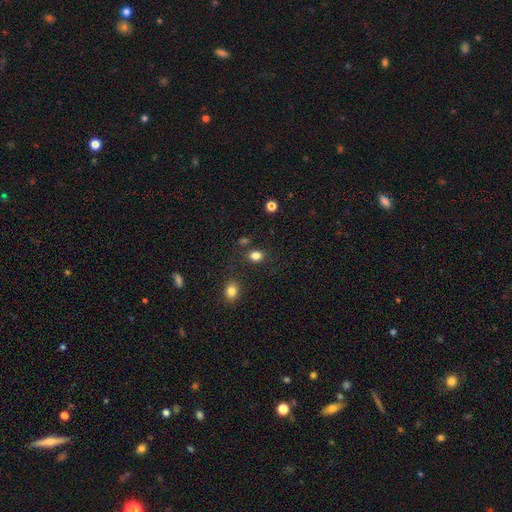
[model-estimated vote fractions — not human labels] This is clearly a smooth galaxy (84%). How rounded: possibly in between (55%). Merging: clearly none (80%).